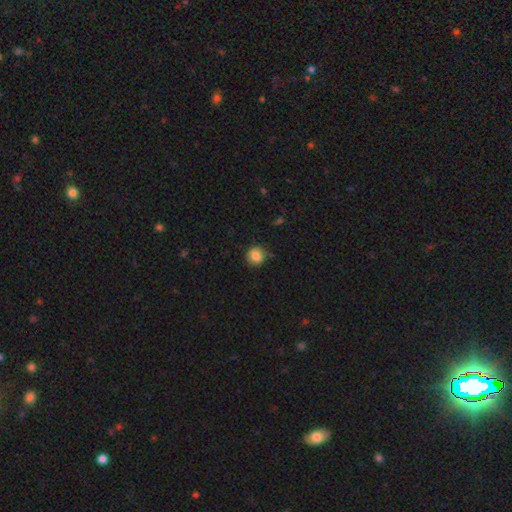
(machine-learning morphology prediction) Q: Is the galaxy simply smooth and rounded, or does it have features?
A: smooth — 83%.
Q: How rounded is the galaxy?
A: round — 81%.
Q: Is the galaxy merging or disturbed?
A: none — 79%.